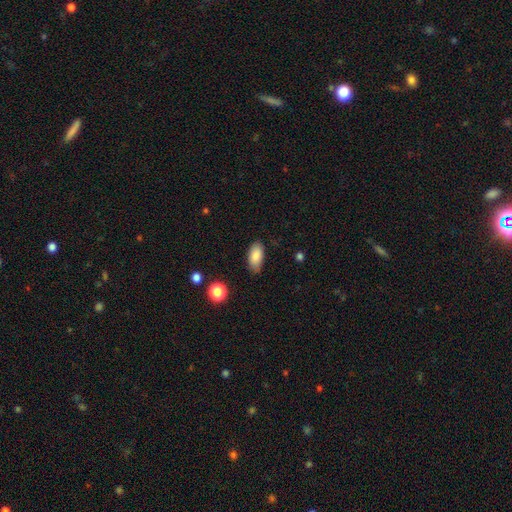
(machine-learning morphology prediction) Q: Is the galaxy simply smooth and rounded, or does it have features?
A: smooth — 86%.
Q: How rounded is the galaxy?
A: in between — 92%.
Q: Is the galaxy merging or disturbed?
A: none — 78%.